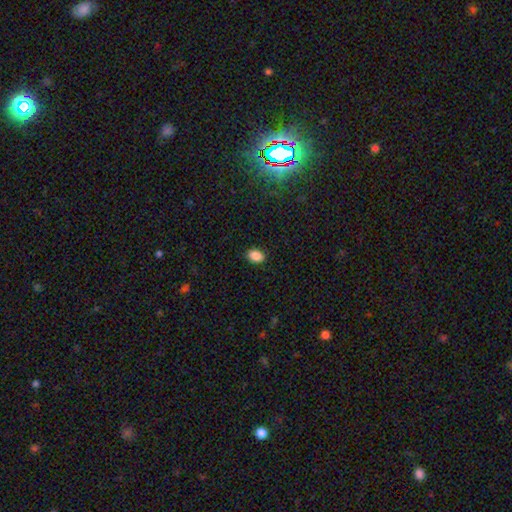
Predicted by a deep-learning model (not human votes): Q: Smooth or featured?
A: smooth (88%); runner-up: star or artifact (9%)
Q: How rounded?
A: in between (83%); runner-up: round (16%)
Q: Merging?
A: none (88%); runner-up: minor disturbance (9%)